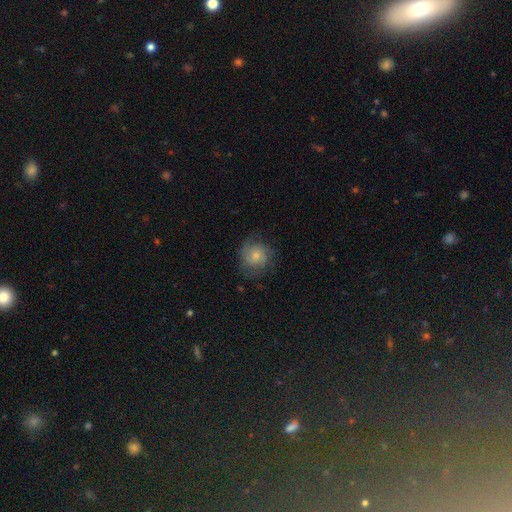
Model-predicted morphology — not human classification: Smooth or featured: smooth — 52% (featured or disk — 40%)
How rounded: round — 87% (in between — 12%)
Merging: none — 71% (minor disturbance — 19%)